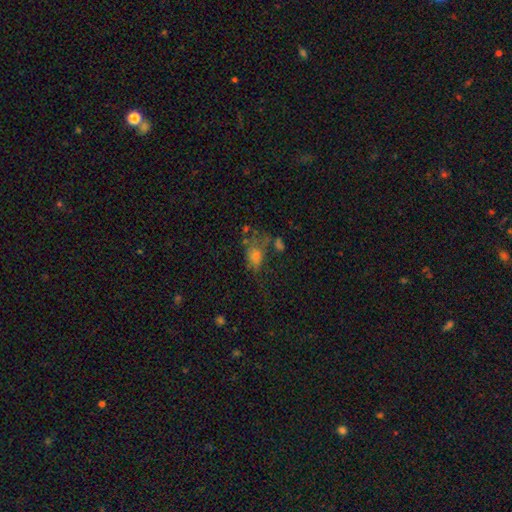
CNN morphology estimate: The model was most divided on "merging": none: 34%, major disturbance: 31%, minor disturbance: 20%, merger: 15%. More confident: how rounded — in between (79%); smooth or featured — smooth (56%).